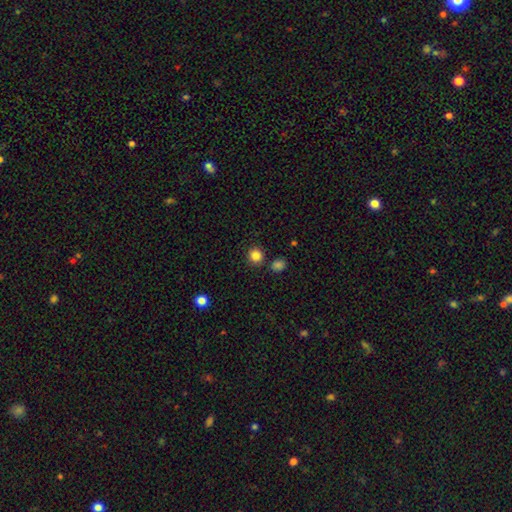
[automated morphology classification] A smooth galaxy with no disk features (84%) that is round (91%).

Vote fractions:
- Smooth or featured? smooth: 84% / star or artifact: 11% / featured or disk: 4%
- How rounded? round: 91% / in between: 8% / cigar-shaped: 1%
- Merging? none: 86% / minor disturbance: 6% / merger: 6% / major disturbance: 2%